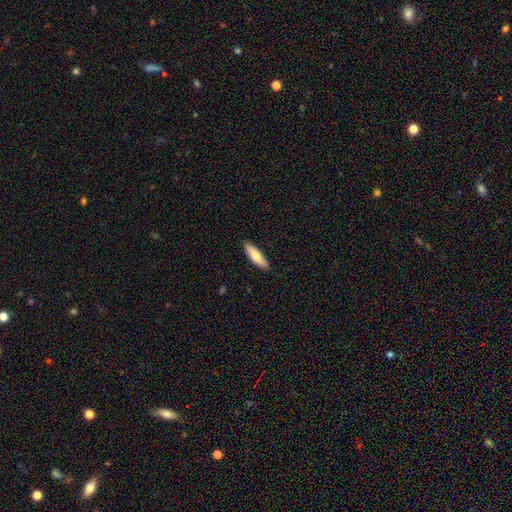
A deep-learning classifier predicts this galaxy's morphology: type=smooth (72%); roundness=cigar-shaped (56%); merging=none (88%).